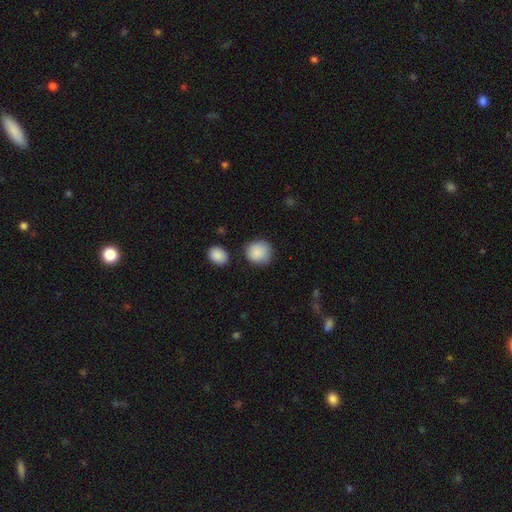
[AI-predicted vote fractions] Smooth or featured: smooth — 87% (star or artifact — 9%)
How rounded: round — 86% (in between — 13%)
Merging: none — 82% (minor disturbance — 11%)